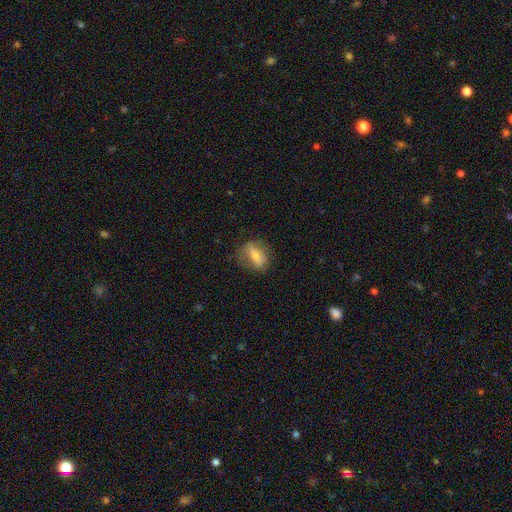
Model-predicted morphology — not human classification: Overall: smooth (55%; featured or disk 36%). How rounded: in between (73%). Merging: none (62%; minor disturbance 24%).